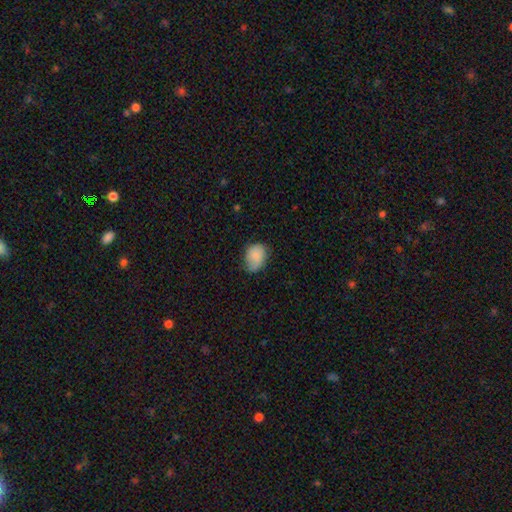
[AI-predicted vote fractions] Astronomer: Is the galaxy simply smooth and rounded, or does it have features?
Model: smooth — 81%.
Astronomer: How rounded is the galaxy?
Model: in between — 64%.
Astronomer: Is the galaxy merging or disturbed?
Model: none — 56% (runner-up: minor disturbance, 34%).